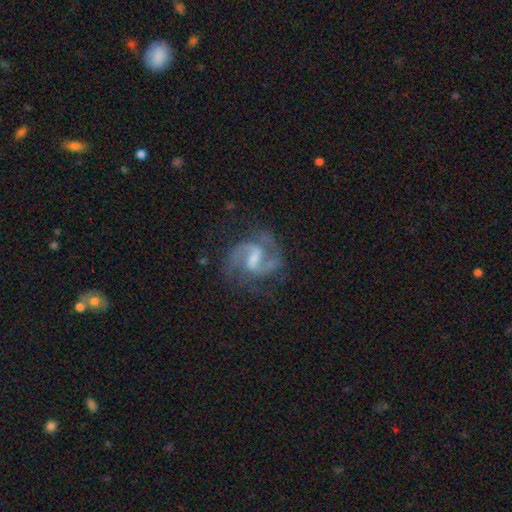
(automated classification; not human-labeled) smooth_or_featured: featured or disk (p=0.91) [alt: star or artifact p=0.05]
disk_edge_on: no (p=0.98) [alt: yes p=0.02]
bar: weak (p=0.58) [alt: strong p=0.28]
has_spiral_arms: yes (p=0.98) [alt: no p=0.02]
spiral_winding: medium (p=0.63) [alt: loose p=0.20]
spiral_arm_count: 2 (p=0.89) [alt: 3 p=0.04]
bulge_size: small (p=0.44) [alt: moderate p=0.33]
merging: none (p=0.72) [alt: minor disturbance p=0.17]